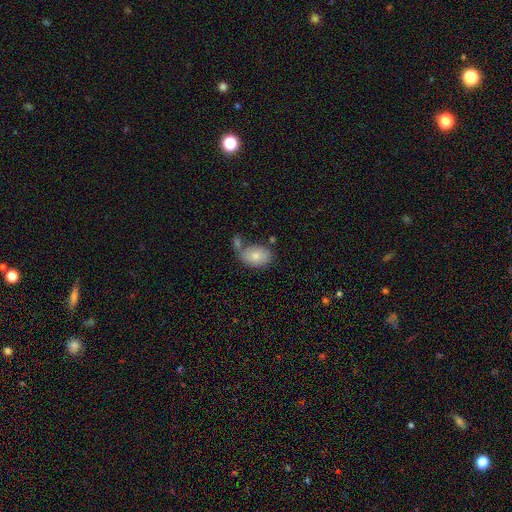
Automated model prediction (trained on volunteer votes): smooth_or_featured: smooth (p=0.76) [alt: featured or disk p=0.17]
how_rounded: in between (p=0.83) [alt: round p=0.16]
merging: none (p=0.46) [alt: merger p=0.26]